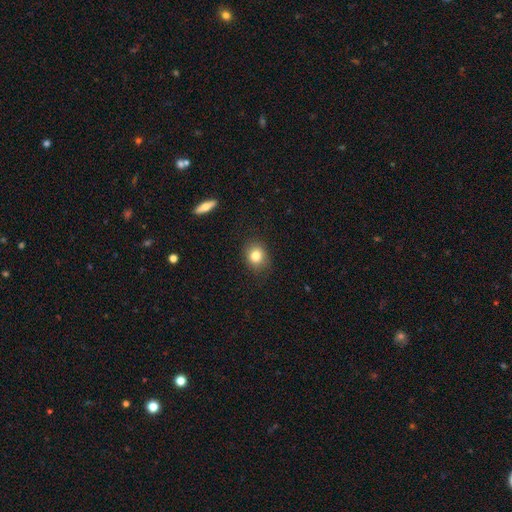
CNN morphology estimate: Smooth or featured: smooth — 81% (star or artifact — 10%)
How rounded: round — 67% (in between — 32%)
Merging: none — 83% (minor disturbance — 13%)